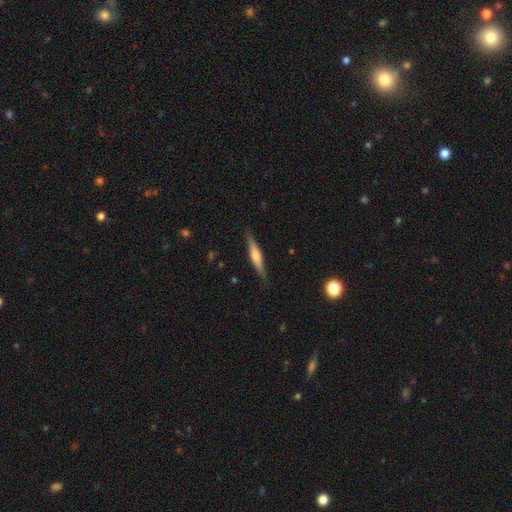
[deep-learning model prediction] A featured or disk galaxy (62%) viewed edge-on (97%) with a rounded central bulge (75%). Merging: none (87%).